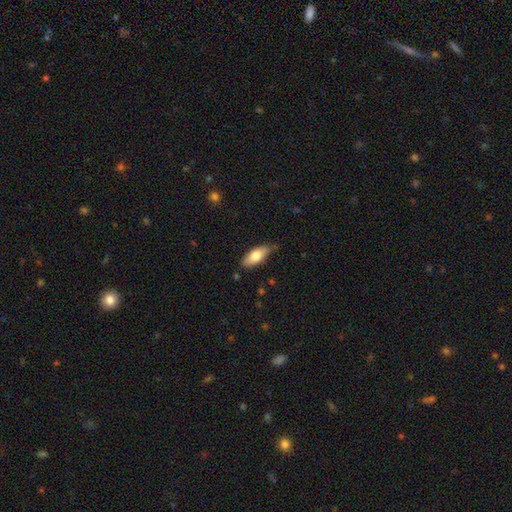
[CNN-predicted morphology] Q: Smooth or featured?
A: smooth (75%); runner-up: featured or disk (19%)
Q: How rounded?
A: in between (75%); runner-up: cigar-shaped (23%)
Q: Merging?
A: none (76%); runner-up: minor disturbance (20%)